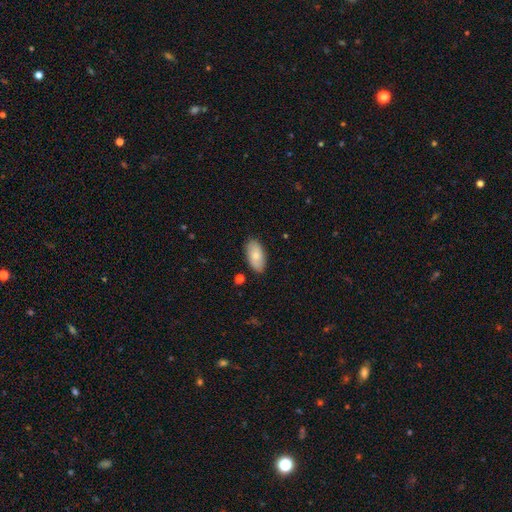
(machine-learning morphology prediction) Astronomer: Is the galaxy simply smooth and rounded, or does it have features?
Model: smooth — 77%.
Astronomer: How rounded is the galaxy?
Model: in between — 94%.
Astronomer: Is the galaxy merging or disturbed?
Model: none — 85%.